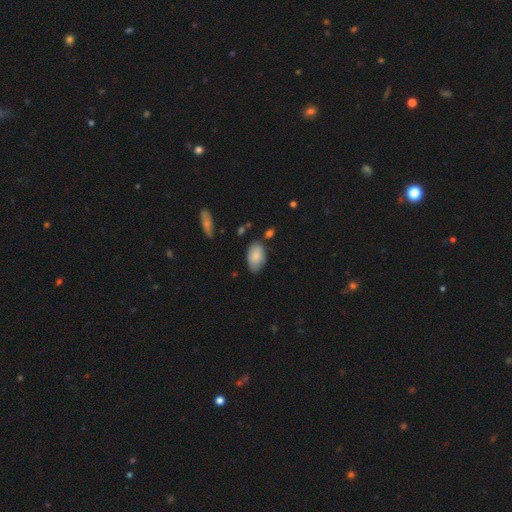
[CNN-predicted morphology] Smooth or featured: smooth — 83% (featured or disk — 11%)
How rounded: in between — 94% (round — 5%)
Merging: none — 71% (minor disturbance — 21%)